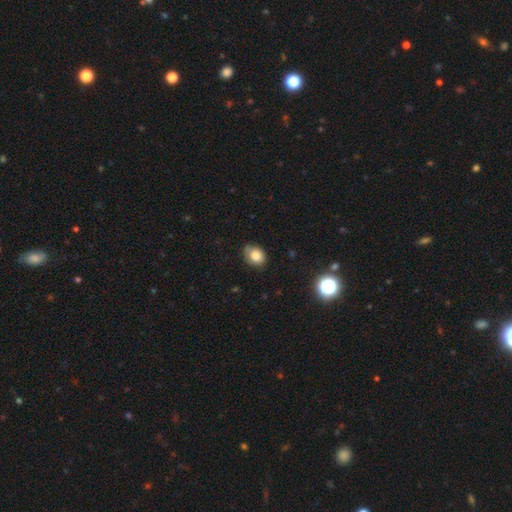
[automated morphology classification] smooth_or_featured: smooth (p=0.82) [alt: star or artifact p=0.11]
how_rounded: in between (p=0.56) [alt: round p=0.43]
merging: none (p=0.65) [alt: minor disturbance p=0.27]